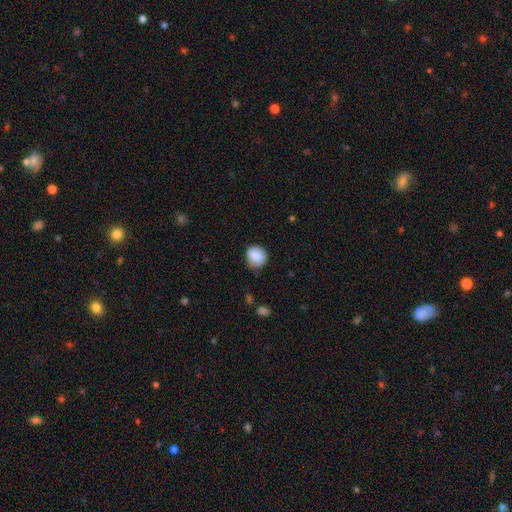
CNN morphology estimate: smooth 88%, star or artifact 8%, featured or disk 5%. Down the decision tree: how rounded — round (77%); merging — none (75%).